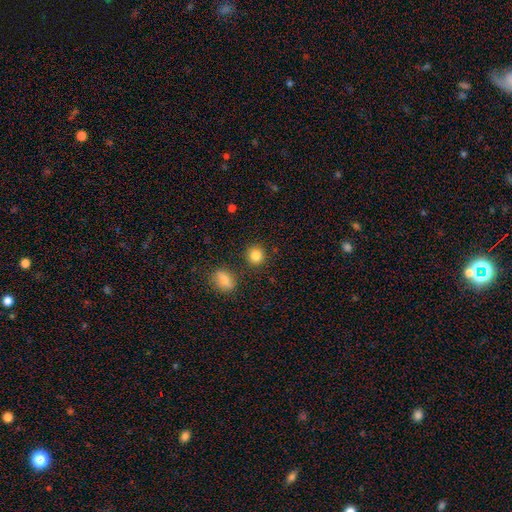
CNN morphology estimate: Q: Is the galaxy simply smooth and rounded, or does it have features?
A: smooth — 85%.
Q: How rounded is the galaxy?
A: round — 89%.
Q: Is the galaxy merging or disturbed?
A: none — 86%.